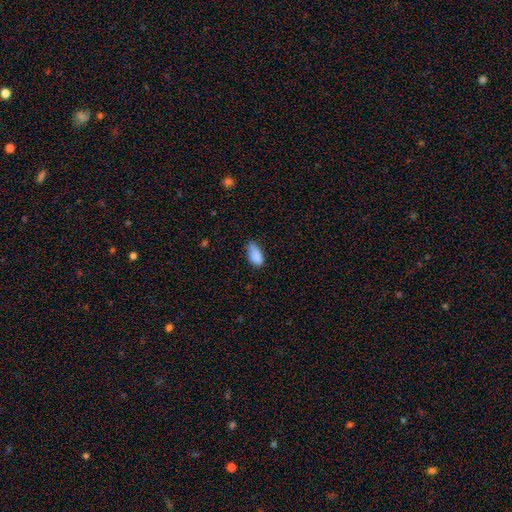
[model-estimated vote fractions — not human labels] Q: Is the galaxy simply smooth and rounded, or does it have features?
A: smooth — 86%.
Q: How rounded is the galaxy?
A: in between — 91%.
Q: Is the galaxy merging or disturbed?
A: none — 53%.